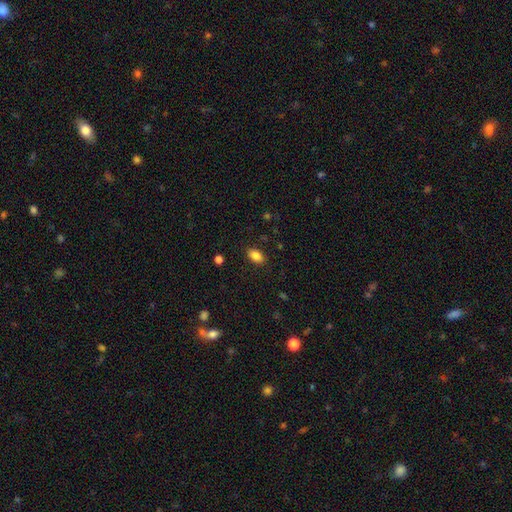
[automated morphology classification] A smooth galaxy with no disk features (85%) that is in between round and cigar-shaped (90%). Merging: none (87%).